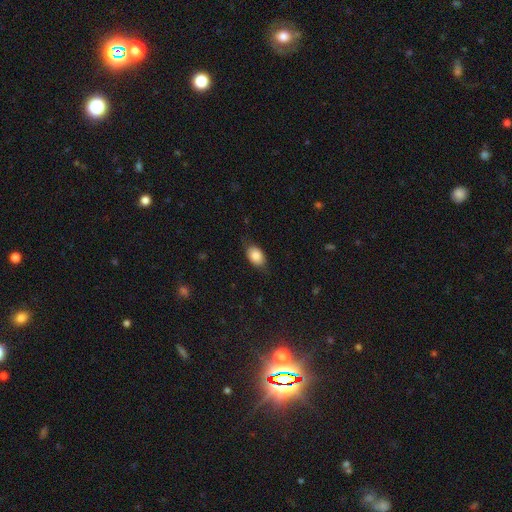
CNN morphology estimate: A smooth galaxy with no disk features (85%) that is in between round and cigar-shaped (87%). Merging: none (77%).